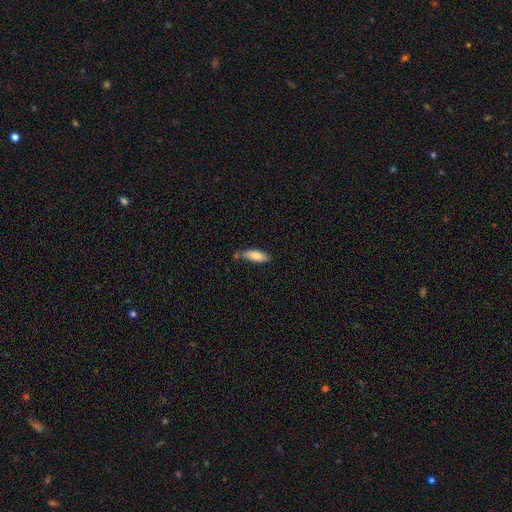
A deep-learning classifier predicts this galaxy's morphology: type=smooth (82%); roundness=in between (62%); merging=none (66%).